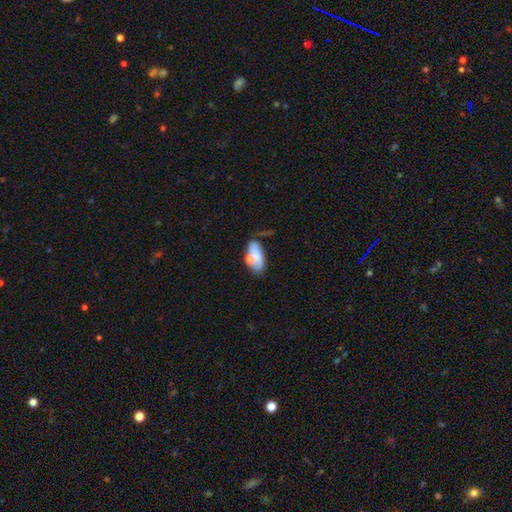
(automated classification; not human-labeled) This is likely a smooth galaxy (68%). How rounded: clearly in between (87%). Merging: possibly none (47%).